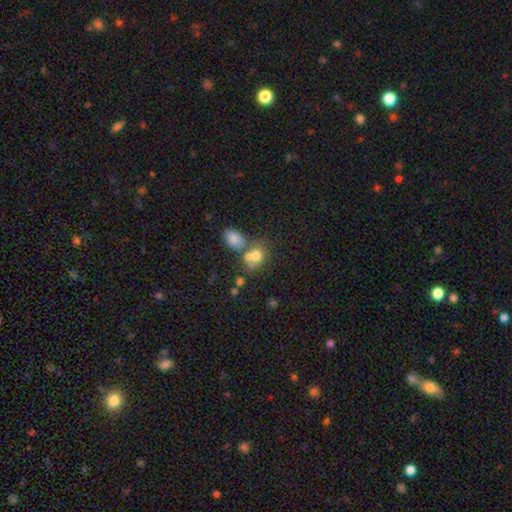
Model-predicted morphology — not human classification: The model was most divided on "how rounded": in between: 53%, round: 46%, cigar-shaped: 1%. Remaining: smooth or featured — smooth (72%); merging — merger (49%).